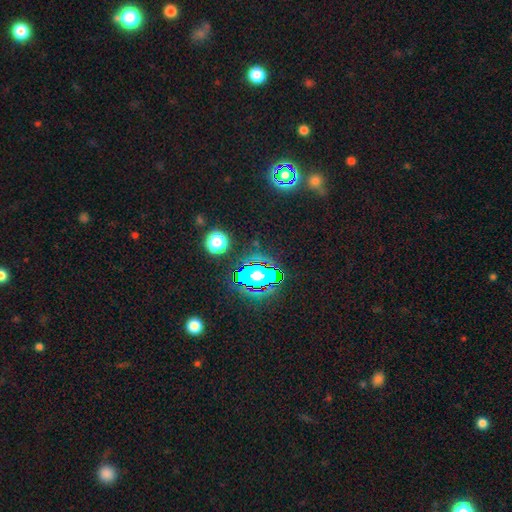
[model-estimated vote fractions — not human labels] A star or artifact, not a galaxy (79%).

Vote fractions:
- Smooth or featured? star or artifact: 79% / smooth: 13% / featured or disk: 7%